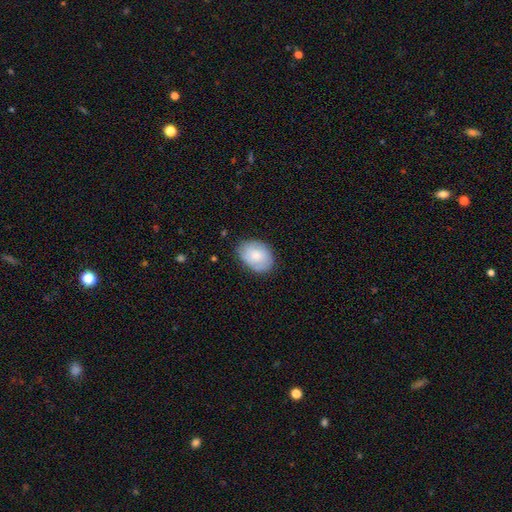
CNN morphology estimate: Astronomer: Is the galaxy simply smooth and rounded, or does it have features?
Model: smooth — 67%.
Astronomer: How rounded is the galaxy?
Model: in between — 75%.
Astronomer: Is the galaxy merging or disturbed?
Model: none — 73%.